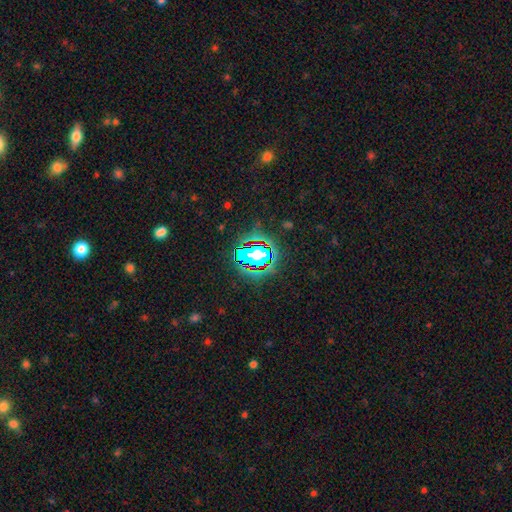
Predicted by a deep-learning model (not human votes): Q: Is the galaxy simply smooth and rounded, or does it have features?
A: star or artifact — 63%.